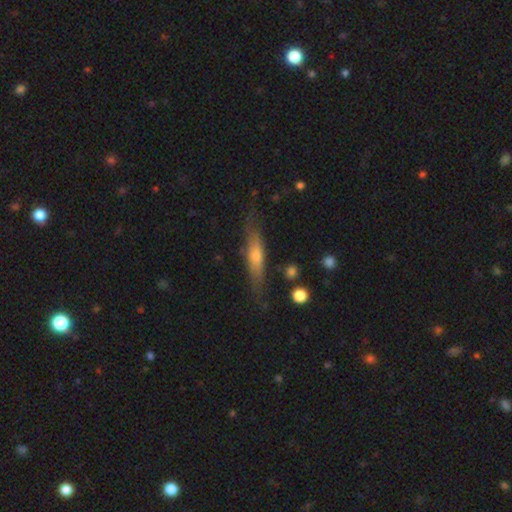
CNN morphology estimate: Smooth or featured?
  - featured or disk: 49% *
  - smooth: 44%
  - star or artifact: 7%
Merging?
  - none: 77% *
  - minor disturbance: 17%
  - major disturbance: 4%
  - merger: 2%